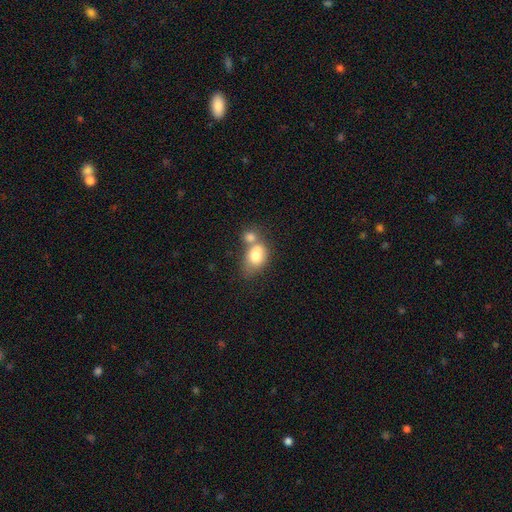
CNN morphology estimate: type=smooth (77%); roundness=in between (77%); merging=merger (55%).